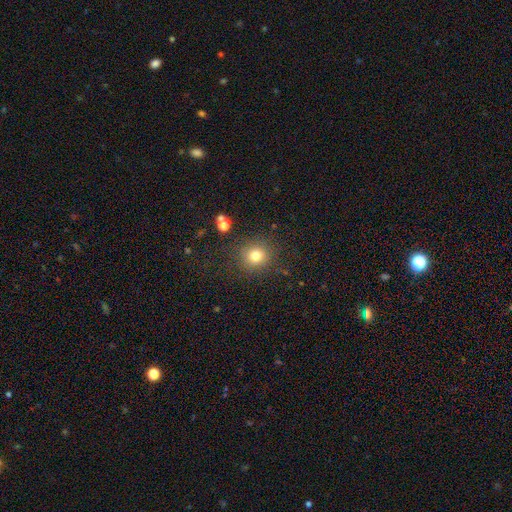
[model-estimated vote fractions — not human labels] Overall: smooth (78%). How rounded: round (88%). Merging: none (86%).